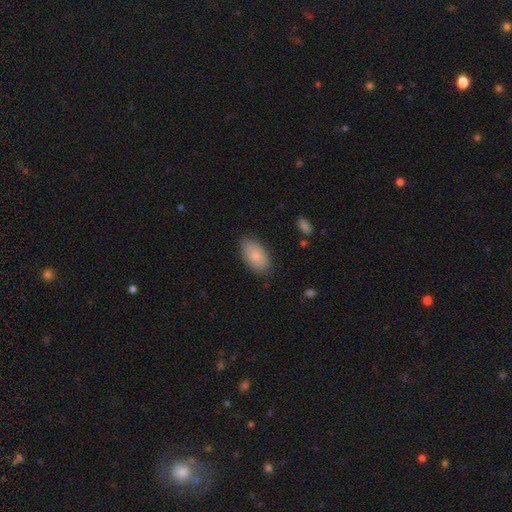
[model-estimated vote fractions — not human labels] A smooth galaxy with no disk features (82%) that is in between round and cigar-shaped (94%). Merging: none (82%).